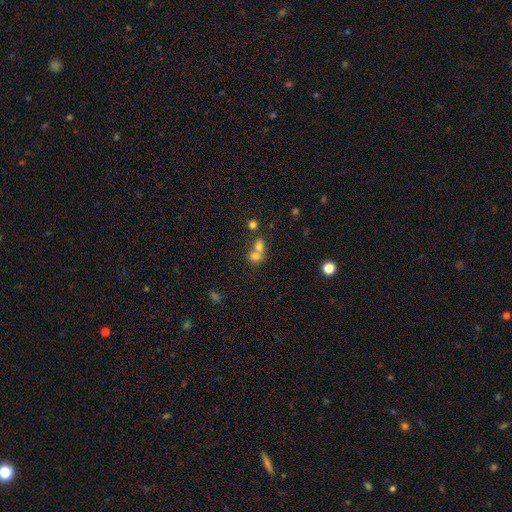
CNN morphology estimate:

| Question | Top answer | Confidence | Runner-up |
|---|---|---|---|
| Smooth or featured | smooth | 72% | featured or disk (14%) |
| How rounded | round | 62% | in between (36%) |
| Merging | merger | 62% | none (28%) |